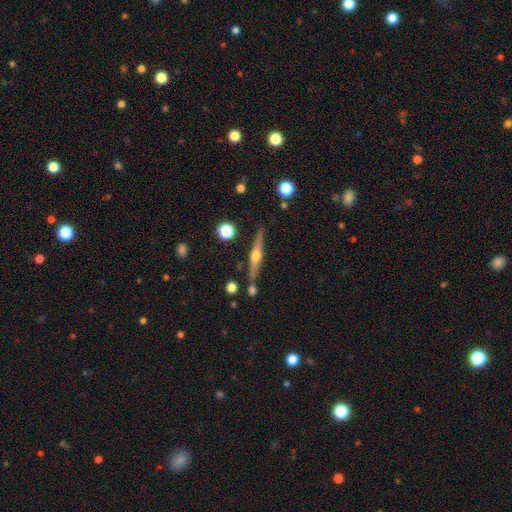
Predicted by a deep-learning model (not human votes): smooth-or-featured: featured or disk: 68% | smooth: 26% | star or artifact: 6%
  disk-edge-on: yes: 97% | no: 3%
    edge-on-bulge: rounded: 92% | none: 4% | boxy: 4%
  merging: none: 81% | minor disturbance: 11% | merger: 6% | major disturbance: 2%